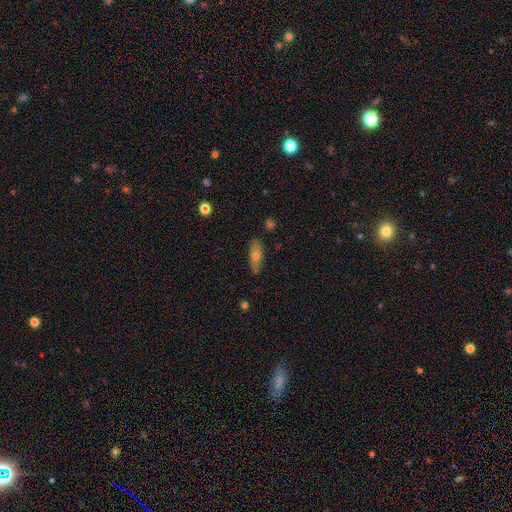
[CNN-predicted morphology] A smooth galaxy with no disk features (60%) that is in between round and cigar-shaped (58%). Merging: none (84%).